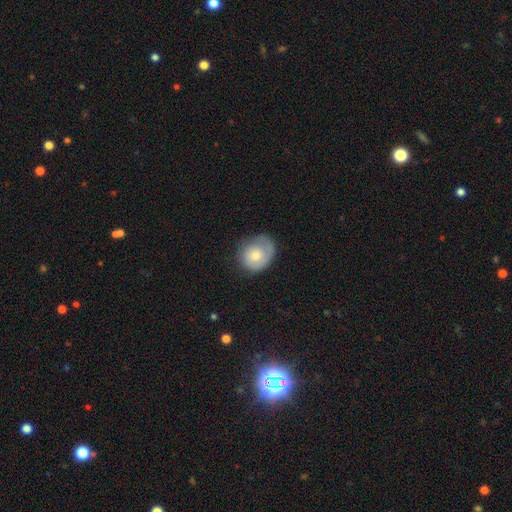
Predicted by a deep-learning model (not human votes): Smooth or featured? smooth (59%)
How rounded? round (71%)
Merging? none (57%)